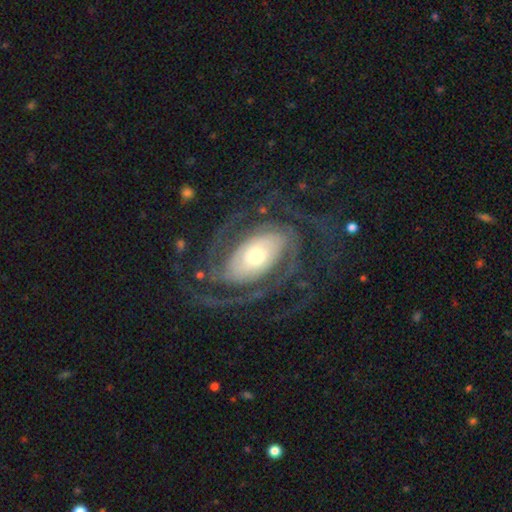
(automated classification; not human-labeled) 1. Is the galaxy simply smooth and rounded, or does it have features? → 90% featured or disk, 6% smooth, 4% star or artifact.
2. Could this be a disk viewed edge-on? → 97% no, 3% yes.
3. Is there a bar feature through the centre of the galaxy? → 56% no, 24% weak, 20% strong.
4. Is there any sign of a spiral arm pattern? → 97% yes, 3% no.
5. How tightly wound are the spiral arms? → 50% tight, 38% medium, 12% loose.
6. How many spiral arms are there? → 52% 2, 19% 3, 12% can't tell, 7% 4, 5% 1, 5% more than 4.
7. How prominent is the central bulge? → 44% moderate, 34% small, 17% large, 4% dominant, 1% none.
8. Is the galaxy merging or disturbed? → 70% none, 15% major disturbance, 13% minor disturbance, 1% merger.